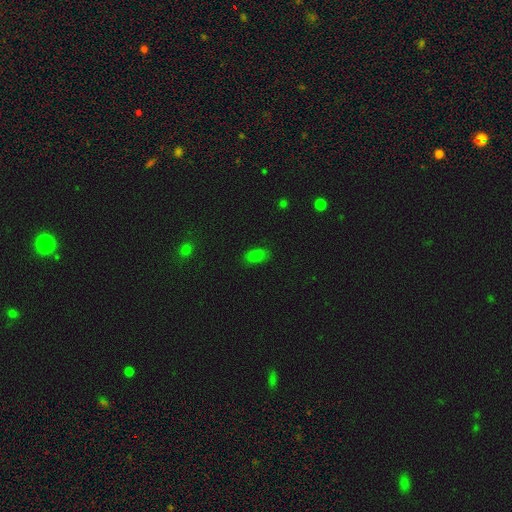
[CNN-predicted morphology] A smooth galaxy with no disk features (81%) that is in between round and cigar-shaped (90%). Merging: none (81%).